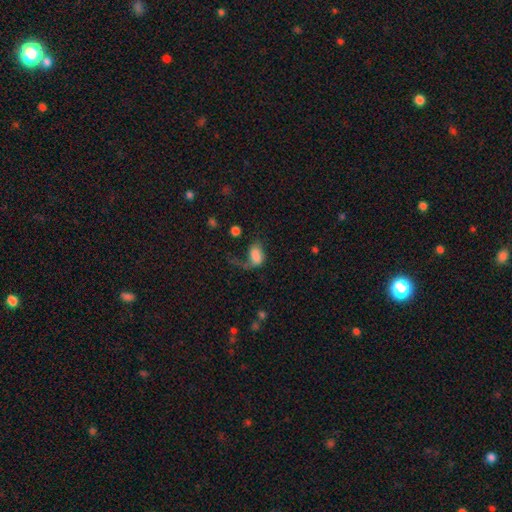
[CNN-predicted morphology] smooth 65%, featured or disk 25%, star or artifact 10%. Down the decision tree: how rounded — in between (86%); merging — major disturbance (55%).